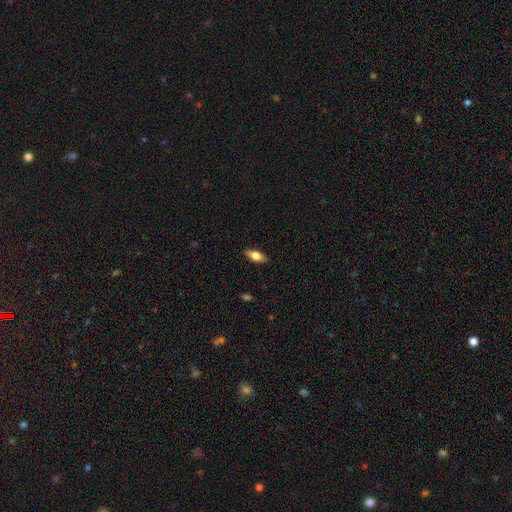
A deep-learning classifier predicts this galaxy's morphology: A smooth galaxy with no disk features (71%) that is in between round and cigar-shaped (82%). Merging: none (88%).